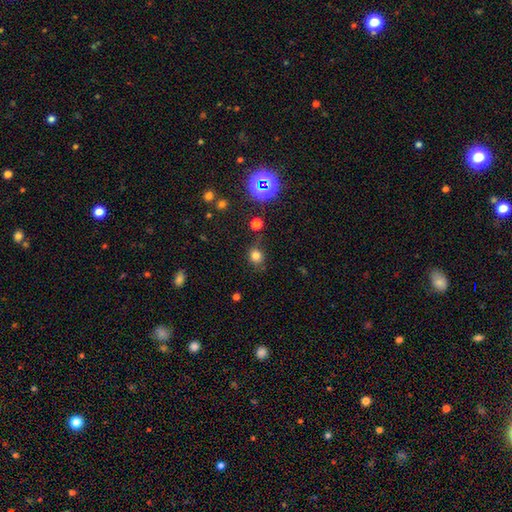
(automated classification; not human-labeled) Smooth or featured?
  - smooth: 75% *
  - star or artifact: 18%
  - featured or disk: 6%
How rounded?
  - round: 78% *
  - in between: 21%
  - cigar-shaped: 1%
Merging?
  - none: 72% *
  - minor disturbance: 18%
  - major disturbance: 6%
  - merger: 4%